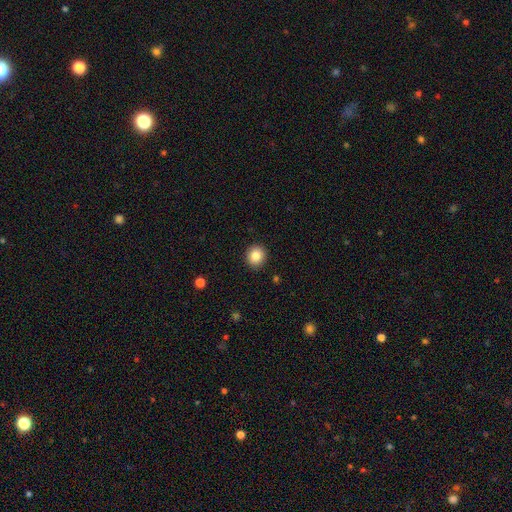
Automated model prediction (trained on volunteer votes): smooth_or_featured: smooth (p=0.84) [alt: star or artifact p=0.10]
how_rounded: round (p=0.85) [alt: in between p=0.14]
merging: none (p=0.92) [alt: minor disturbance p=0.06]